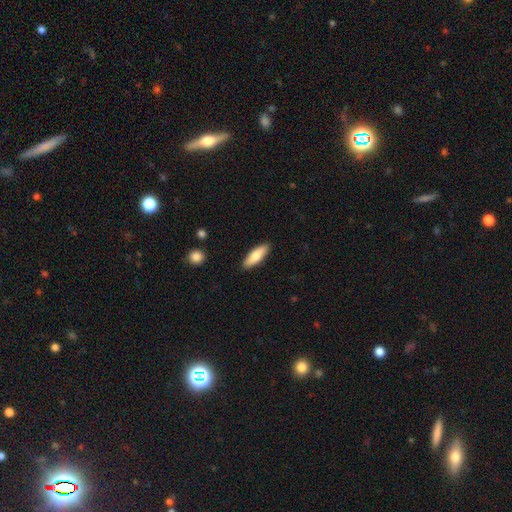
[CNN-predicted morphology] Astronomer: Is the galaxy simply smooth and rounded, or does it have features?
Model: smooth — 78%.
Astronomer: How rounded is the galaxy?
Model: in between — 51% (runner-up: cigar-shaped, 47%).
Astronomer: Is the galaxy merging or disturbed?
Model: none — 89%.